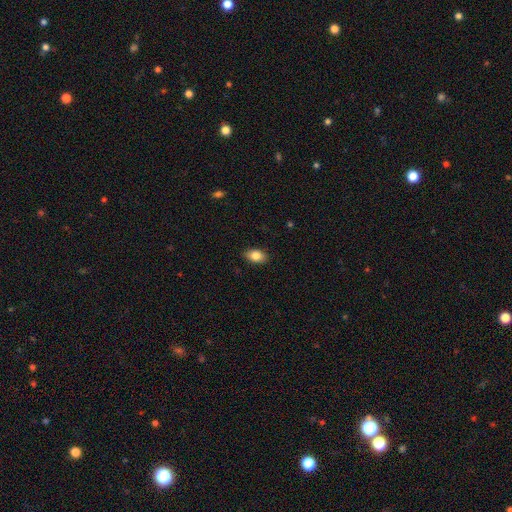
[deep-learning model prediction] Smooth or featured? smooth (84%)
How rounded? in between (87%)
Merging? none (88%)